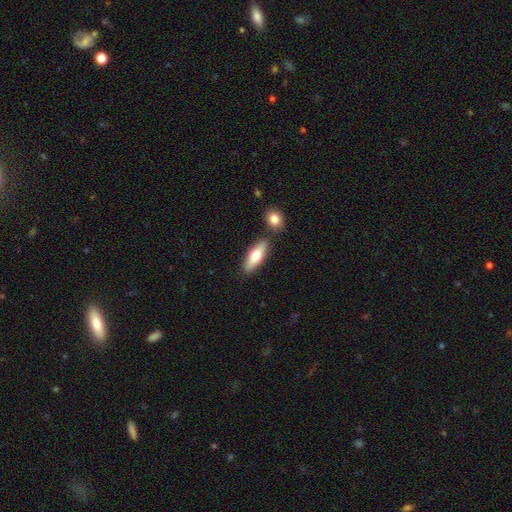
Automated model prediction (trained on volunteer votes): The model was most divided on "how rounded": in between: 62%, cigar-shaped: 36%, round: 3%. More confident: merging — none (77%); smooth or featured — smooth (70%).